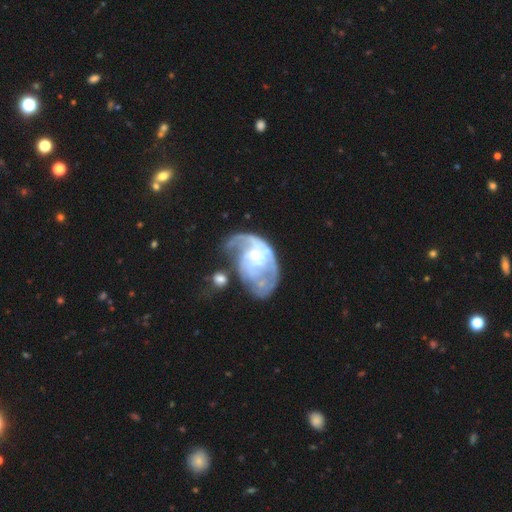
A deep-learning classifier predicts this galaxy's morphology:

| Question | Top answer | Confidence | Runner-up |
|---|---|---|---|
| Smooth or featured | featured or disk | 79% | smooth (14%) |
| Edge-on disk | no | 97% | yes (3%) |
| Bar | no | 70% | weak (25%) |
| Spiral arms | yes | 79% | no (21%) |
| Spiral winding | tight | 38% | medium (37%) |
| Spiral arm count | can't tell | 35% | 2 (29%) |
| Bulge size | small | 64% | moderate (25%) |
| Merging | major disturbance | 35% | none (27%) |